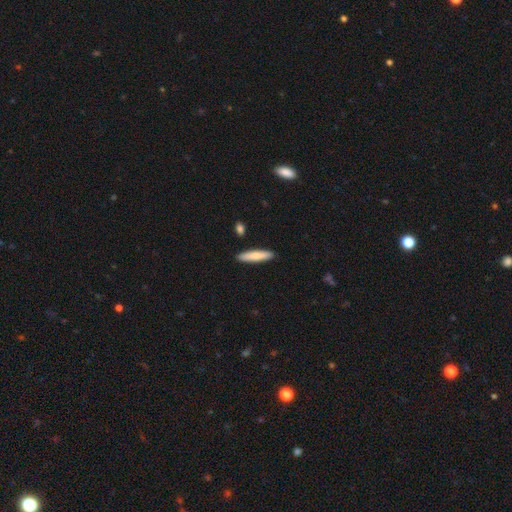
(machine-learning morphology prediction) This appears to be a smooth galaxy with no disk features (75%) that is cigar-shaped (81%). Merging: none (90%).